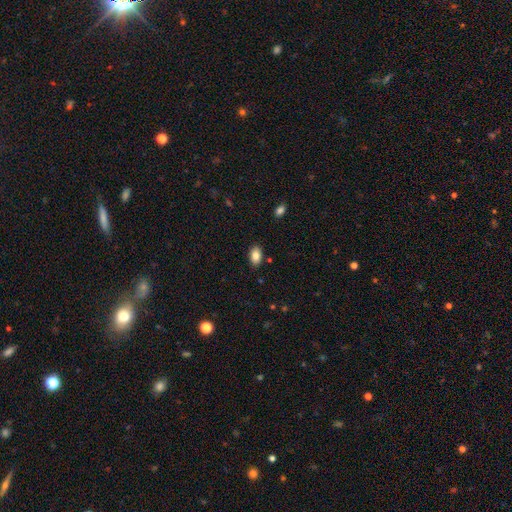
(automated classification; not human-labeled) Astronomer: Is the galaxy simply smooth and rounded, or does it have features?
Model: smooth — 85%.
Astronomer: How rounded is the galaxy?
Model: in between — 91%.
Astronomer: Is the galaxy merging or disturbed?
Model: none — 87%.